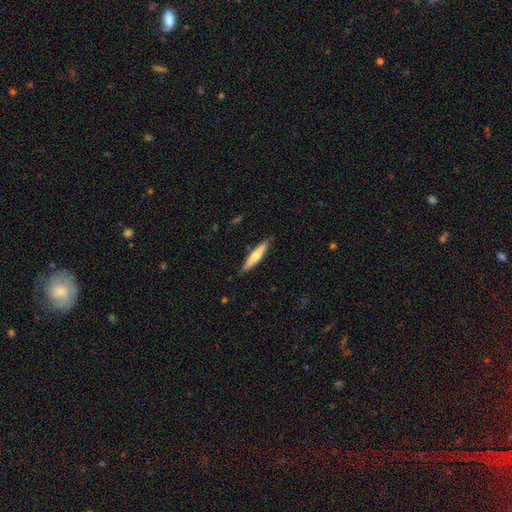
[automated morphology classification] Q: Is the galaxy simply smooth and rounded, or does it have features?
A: smooth — 60%.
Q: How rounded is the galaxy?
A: cigar-shaped — 87%.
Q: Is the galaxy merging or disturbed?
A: none — 87%.